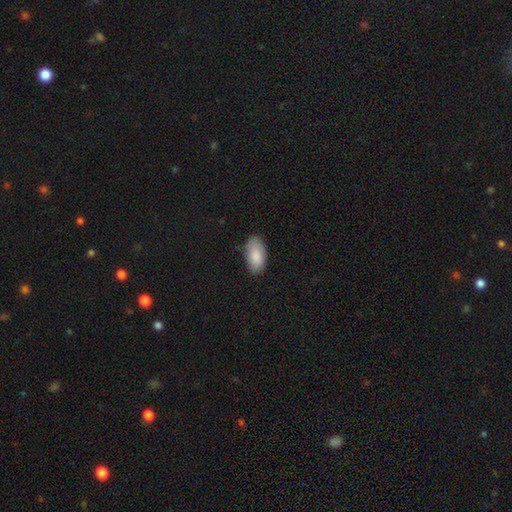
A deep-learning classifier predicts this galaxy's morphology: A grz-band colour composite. It shows a smooth galaxy with no disk features (87%) that is in between round and cigar-shaped (94%). Merging: none (81%).